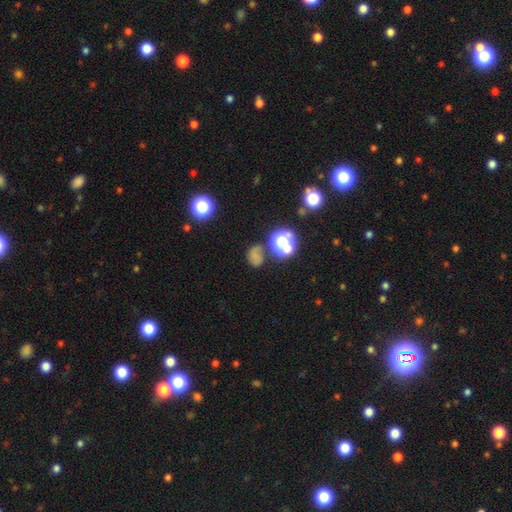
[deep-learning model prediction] smooth 49%, star or artifact 29%, featured or disk 21%. Down the decision tree: merging — none (46%).